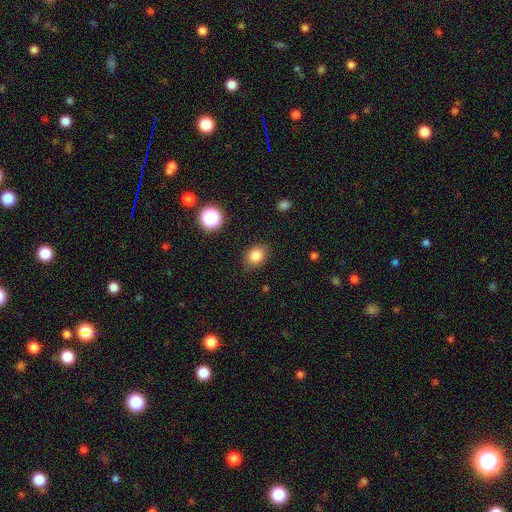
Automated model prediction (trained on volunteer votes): A smooth galaxy with no disk features (83%) that is in between round and cigar-shaped (58%). Merging: none (84%).